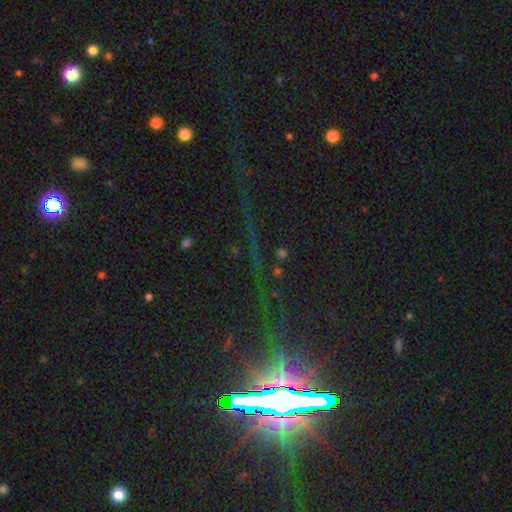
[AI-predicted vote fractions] Overall: star or artifact (76%).